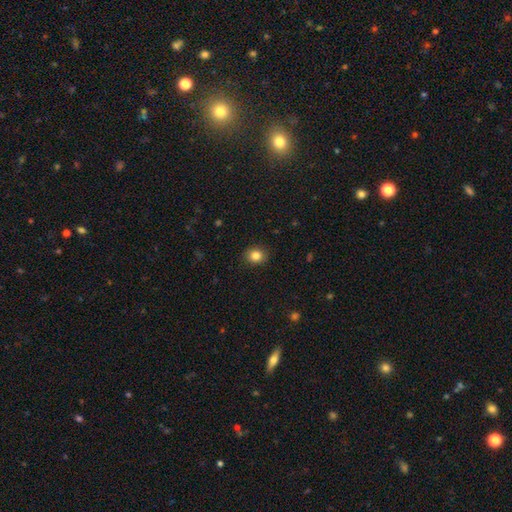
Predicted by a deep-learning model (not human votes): The model was most divided on "how rounded": round: 71%, in between: 28%, cigar-shaped: 1%. More confident: merging — none (90%); smooth or featured — smooth (84%).